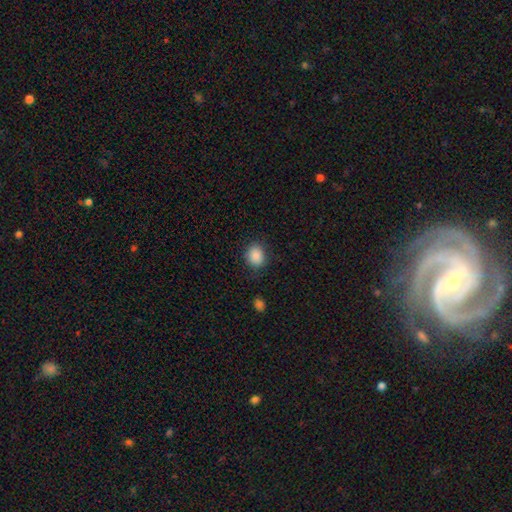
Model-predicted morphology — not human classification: Smooth or featured? Predicted: smooth (p=0.88). How rounded? Predicted: round (p=0.59). Merging? Predicted: none (p=0.83).